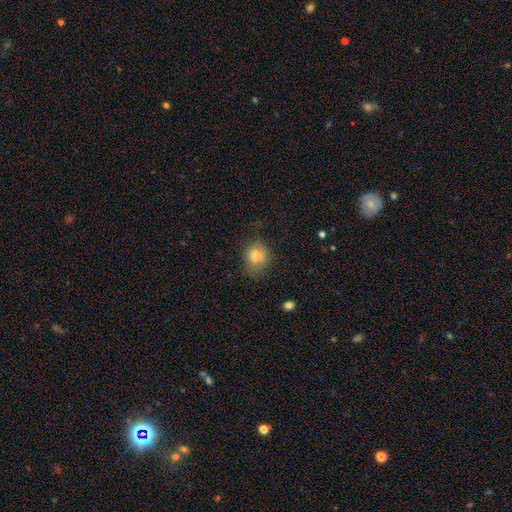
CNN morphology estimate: The model was most divided on "how rounded": round: 62%, in between: 37%, cigar-shaped: 1%. More confident: smooth or featured — smooth (77%); merging — none (64%).